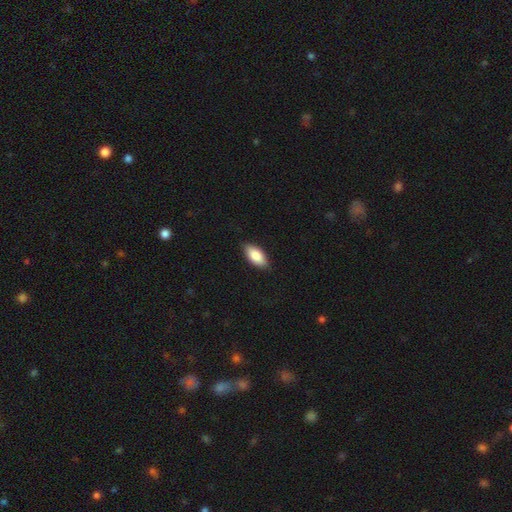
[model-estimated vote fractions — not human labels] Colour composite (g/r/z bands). It shows a smooth galaxy with no disk features (85%) that is in between round and cigar-shaped (91%). Merging: none (86%).